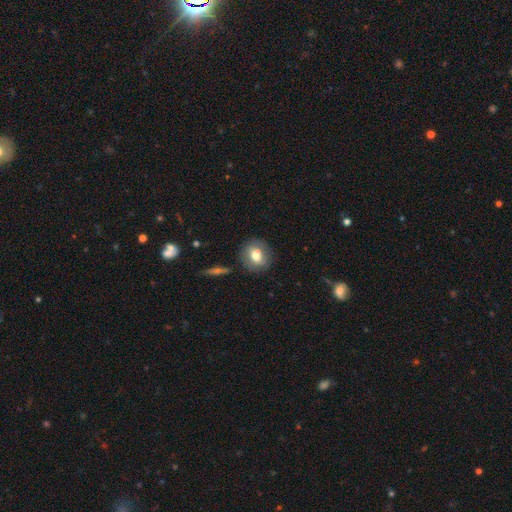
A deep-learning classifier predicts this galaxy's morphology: Smooth or featured? smooth (70%)
How rounded? round (69%)
Merging? none (80%)